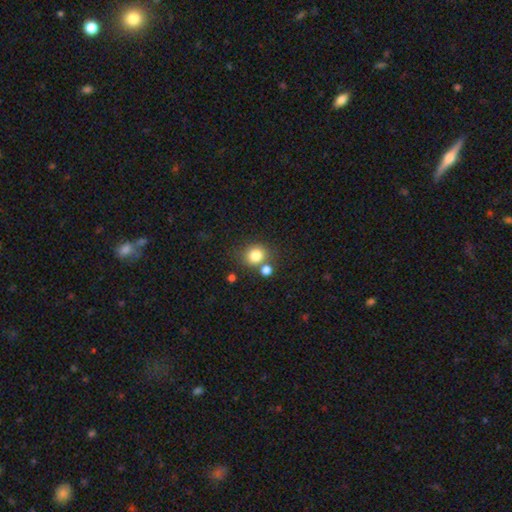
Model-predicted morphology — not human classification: Smooth or featured?
  - smooth: 82% *
  - star or artifact: 12%
  - featured or disk: 7%
How rounded?
  - round: 79% *
  - in between: 20%
  - cigar-shaped: 1%
Merging?
  - none: 65% *
  - merger: 21%
  - minor disturbance: 11%
  - major disturbance: 4%